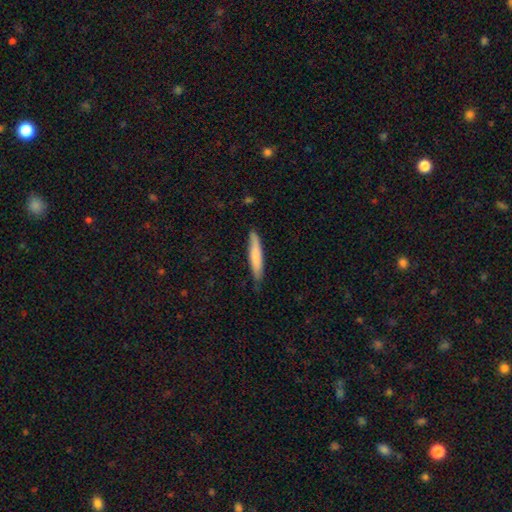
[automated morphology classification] Smooth or featured: smooth — 75% (featured or disk — 20%)
How rounded: cigar-shaped — 92% (in between — 7%)
Merging: none — 79% (minor disturbance — 18%)